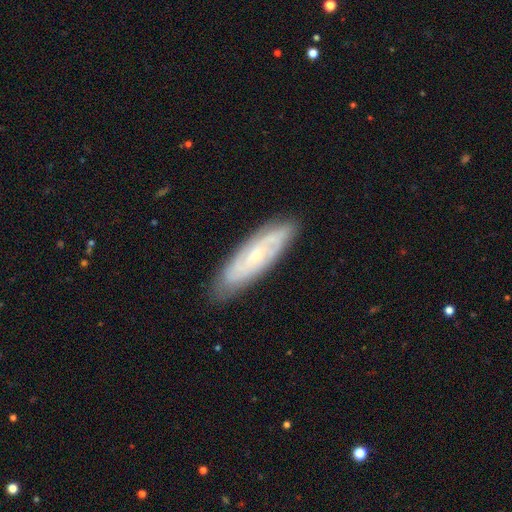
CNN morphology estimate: This appears to be a featured or disk galaxy (70%) with no bar (67%), spiral arms (88%) and a small central bulge (70%). Merging: none (84%).